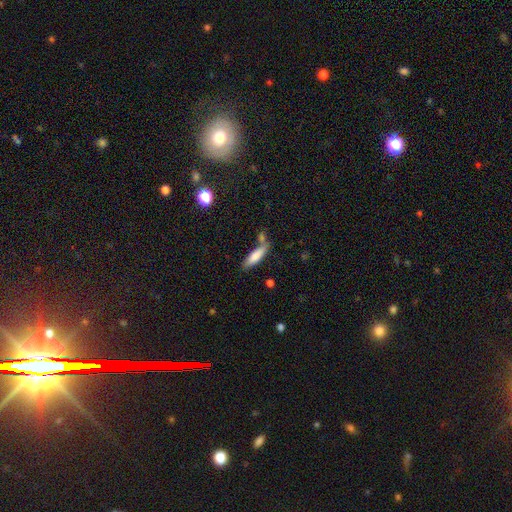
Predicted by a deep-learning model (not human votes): smooth-or-featured: smooth: 75% | featured or disk: 19% | star or artifact: 7%
  how-rounded: cigar-shaped: 66% | in between: 32% | round: 2%
  merging: none: 62% | minor disturbance: 17% | merger: 16% | major disturbance: 5%